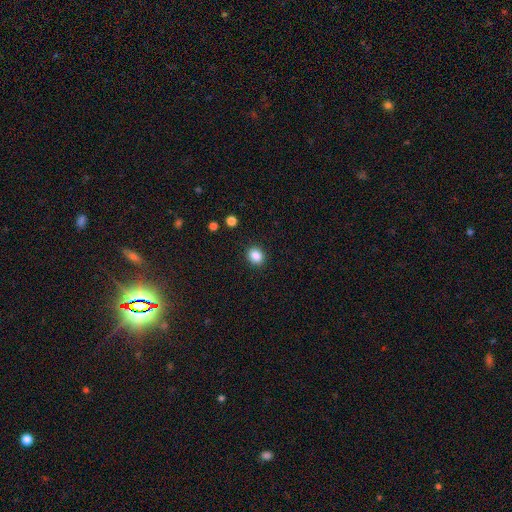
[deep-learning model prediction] Q: Smooth or featured?
A: smooth (87%); runner-up: star or artifact (10%)
Q: How rounded?
A: round (67%); runner-up: in between (32%)
Q: Merging?
A: none (90%); runner-up: minor disturbance (7%)